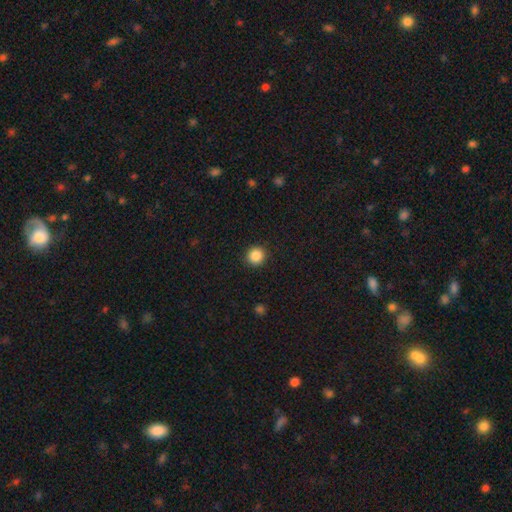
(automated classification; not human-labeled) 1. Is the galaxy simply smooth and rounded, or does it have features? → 87% smooth, 10% star or artifact, 3% featured or disk.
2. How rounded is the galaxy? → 93% round, 6% in between, 1% cigar-shaped.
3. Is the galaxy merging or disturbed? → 92% none, 5% minor disturbance, 2% major disturbance, 1% merger.